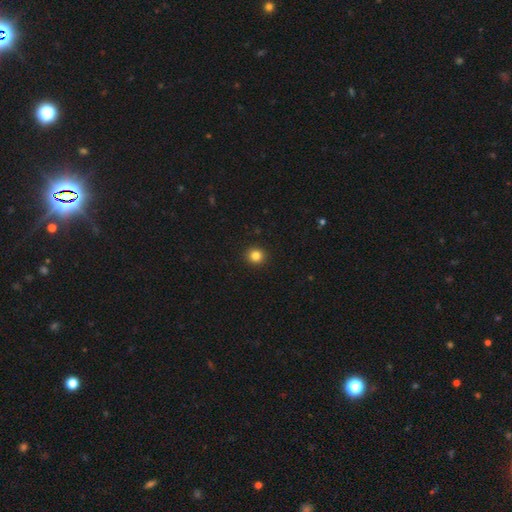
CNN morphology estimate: smooth-or-featured: smooth: 84% | star or artifact: 12% | featured or disk: 5%
  how-rounded: round: 91% | in between: 8% | cigar-shaped: 1%
  merging: none: 93% | minor disturbance: 4% | major disturbance: 1% | merger: 1%